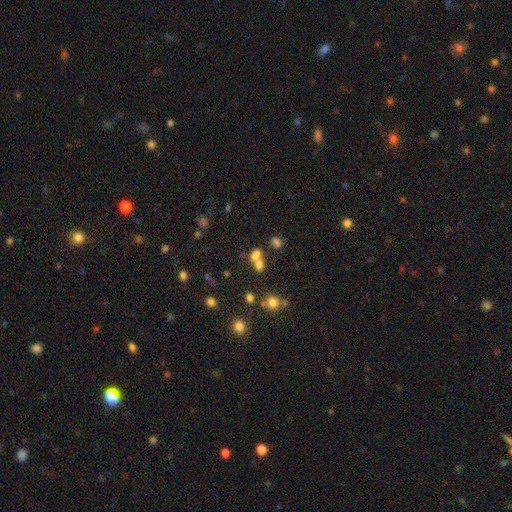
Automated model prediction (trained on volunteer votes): The model was most divided on "how rounded": round: 49%, in between: 48%, cigar-shaped: 2%. More confident: smooth or featured — smooth (64%); merging — merger (54%).